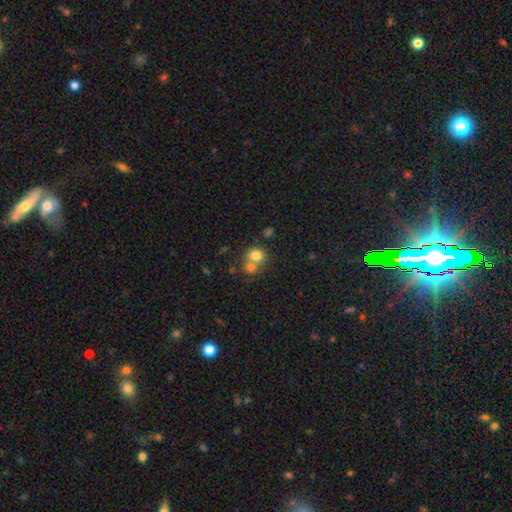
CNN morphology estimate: type=smooth (77%); roundness=round (77%); merging=merger (53%).